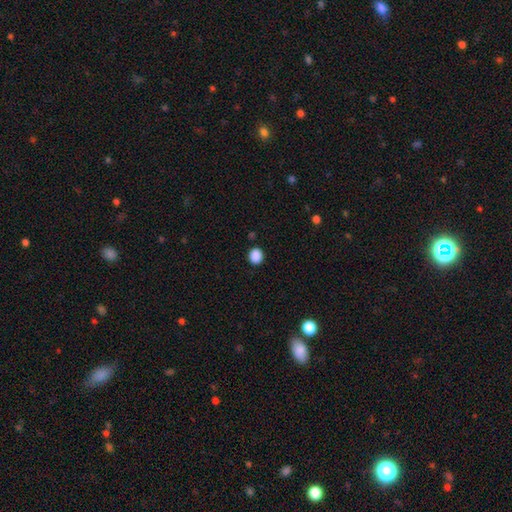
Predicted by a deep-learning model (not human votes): Morphology: type=smooth (88%); roundness=round (81%); merging=none (90%).